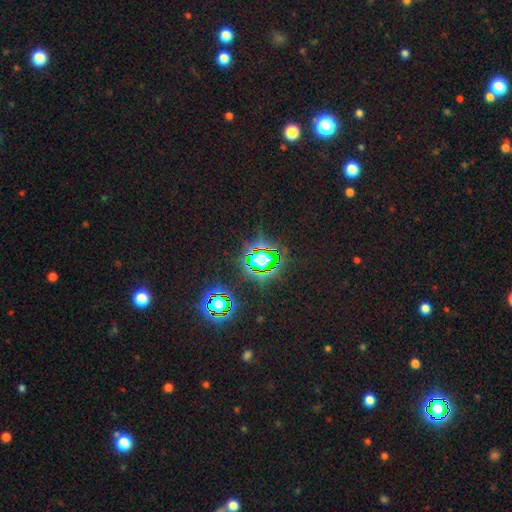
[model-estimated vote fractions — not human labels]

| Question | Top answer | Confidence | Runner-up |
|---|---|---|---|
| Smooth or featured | star or artifact | 82% | smooth (11%) |